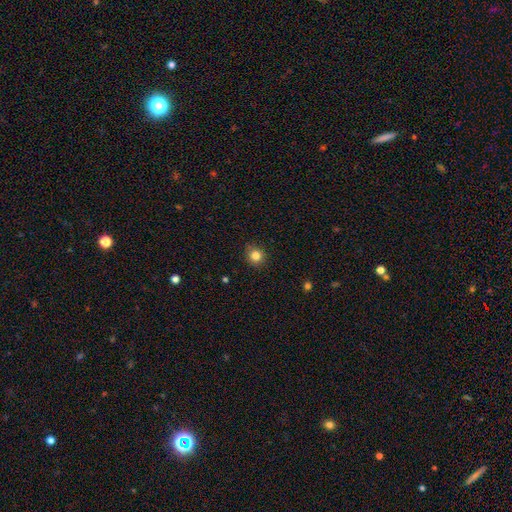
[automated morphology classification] A smooth galaxy with no disk features (83%) that is round (89%). Merging: none (89%).